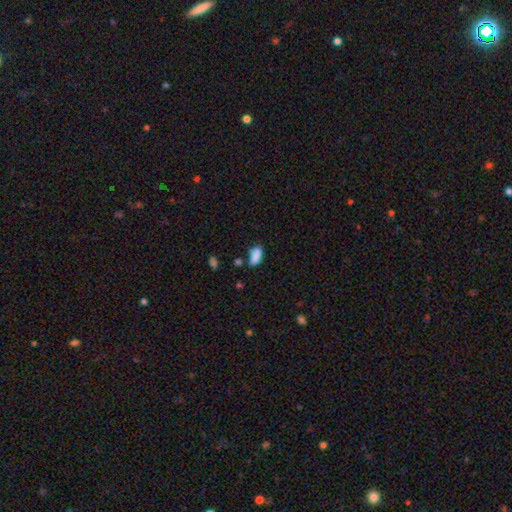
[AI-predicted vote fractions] Q: Smooth or featured?
A: smooth (83%); runner-up: star or artifact (9%)
Q: How rounded?
A: in between (86%); runner-up: cigar-shaped (11%)
Q: Merging?
A: none (50%); runner-up: minor disturbance (27%)